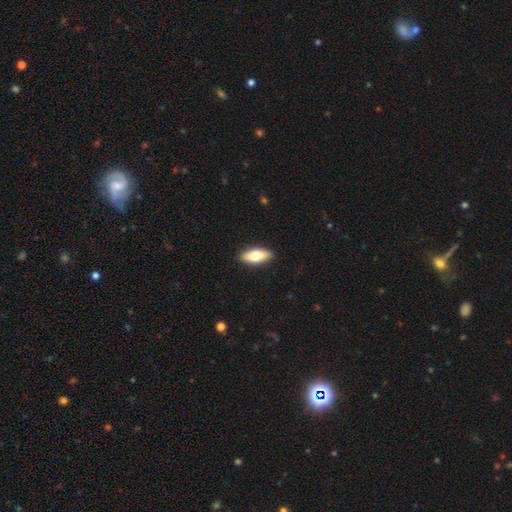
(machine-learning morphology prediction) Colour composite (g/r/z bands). It shows a smooth galaxy with no disk features (72%) that is in between round and cigar-shaped (80%). Merging: none (90%).